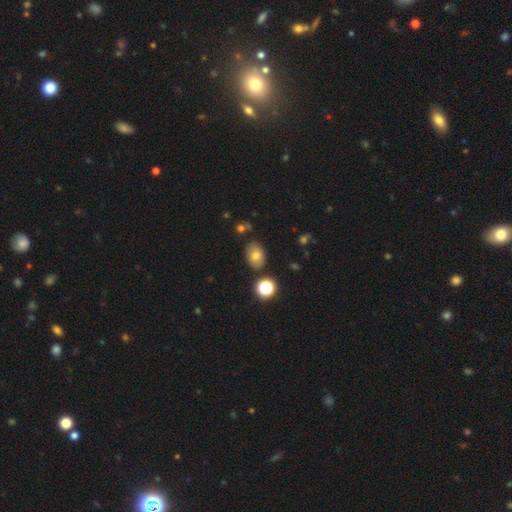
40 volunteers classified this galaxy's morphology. Smooth or featured? 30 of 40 (75%) said smooth. How rounded? 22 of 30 (73%) said in between. Merging? 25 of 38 (66%) said none.